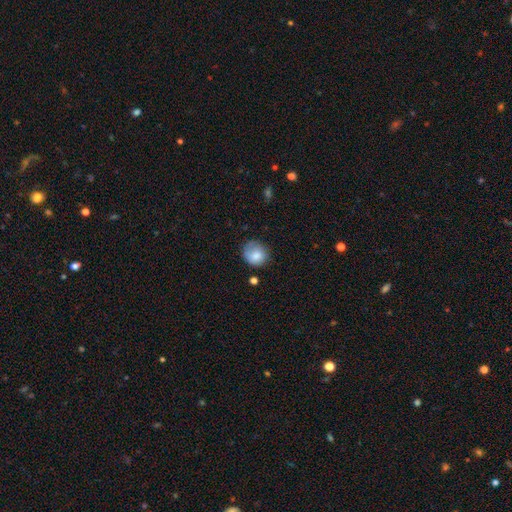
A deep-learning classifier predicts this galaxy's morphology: Q: Smooth or featured?
A: smooth (79%); runner-up: featured or disk (13%)
Q: How rounded?
A: round (76%); runner-up: in between (23%)
Q: Merging?
A: none (60%); runner-up: minor disturbance (28%)